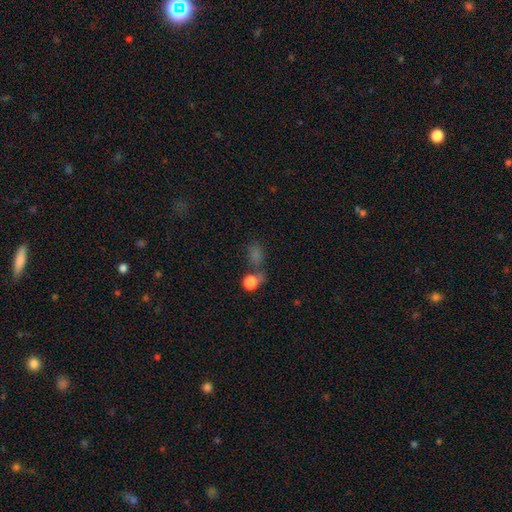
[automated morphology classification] The model was most divided on "smooth or featured": smooth: 49%, star or artifact: 35%, featured or disk: 16%. More confident: merging — none (54%).